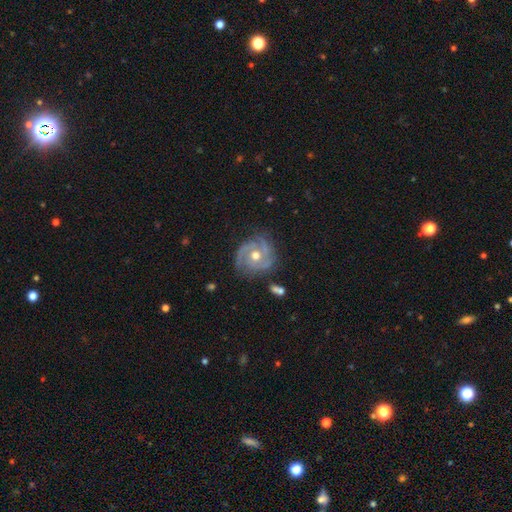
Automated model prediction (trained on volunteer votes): Smooth or featured?
  - featured or disk: 88% *
  - smooth: 7%
  - star or artifact: 5%
Edge-on disk?
  - no: 98% *
  - yes: 2%
Bar?
  - no: 77% *
  - weak: 18%
  - strong: 5%
Spiral arms?
  - yes: 97% *
  - no: 3%
Spiral winding?
  - tight: 60% *
  - medium: 34%
  - loose: 7%
Spiral arm count?
  - 3: 49% *
  - 2: 24%
  - can't tell: 10%
  - 4: 7%
  - 1: 5%
  - more than 4: 4%
Bulge size?
  - moderate: 80% *
  - small: 14%
  - large: 4%
  - none: 1%
  - dominant: 1%
Merging?
  - none: 74% *
  - minor disturbance: 18%
  - major disturbance: 6%
  - merger: 2%